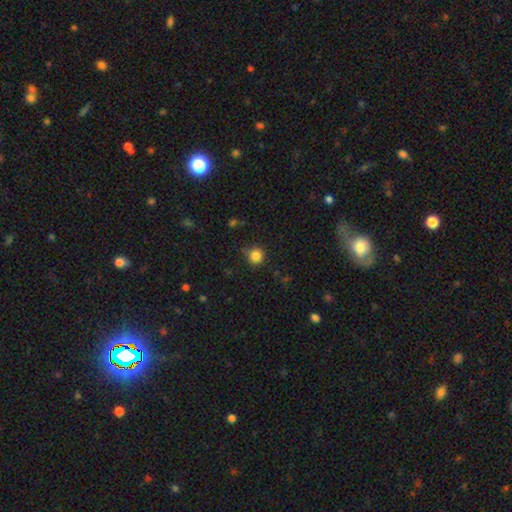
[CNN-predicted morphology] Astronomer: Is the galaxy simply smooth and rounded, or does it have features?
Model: smooth — 84%.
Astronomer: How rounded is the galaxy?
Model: round — 94%.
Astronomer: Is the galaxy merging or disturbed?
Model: none — 86%.